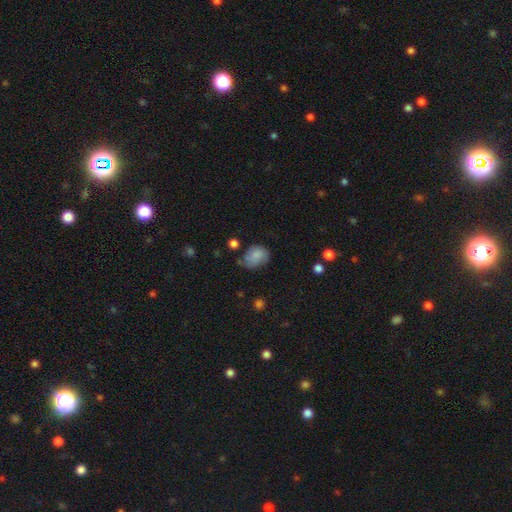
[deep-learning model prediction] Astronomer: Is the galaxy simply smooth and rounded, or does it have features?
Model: smooth — 79%.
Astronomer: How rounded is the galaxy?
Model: in between — 60% (runner-up: round, 39%).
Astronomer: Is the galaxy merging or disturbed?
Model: none — 49% (runner-up: minor disturbance, 35%).